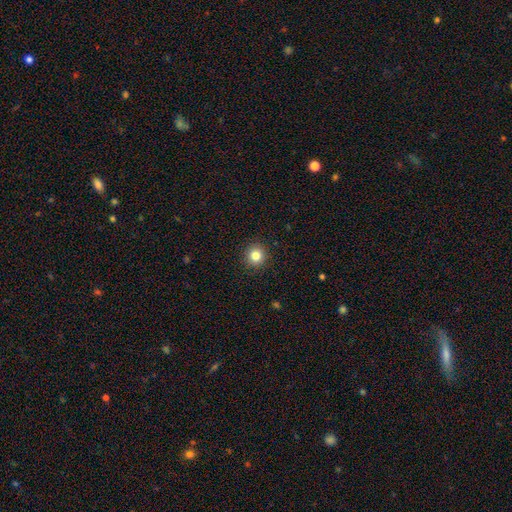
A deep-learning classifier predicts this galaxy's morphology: Overall: smooth (83%). How rounded: round (92%). Merging: none (92%).